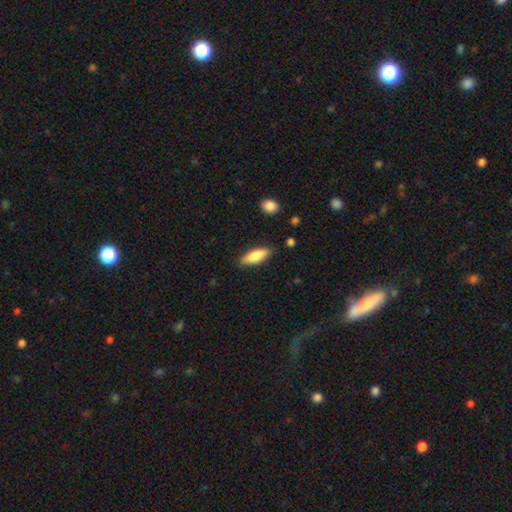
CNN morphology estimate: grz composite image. It shows a smooth galaxy with no disk features (82%) that is in between round and cigar-shaped (62%). Merging: none (84%).